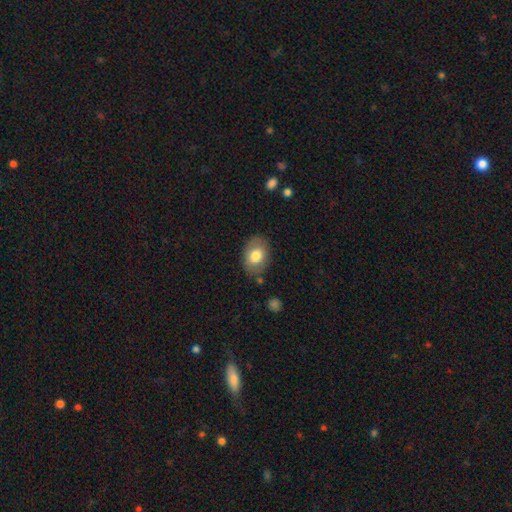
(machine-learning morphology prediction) Smooth or featured: smooth — 76% (featured or disk — 17%)
How rounded: in between — 81% (round — 18%)
Merging: none — 79% (minor disturbance — 15%)